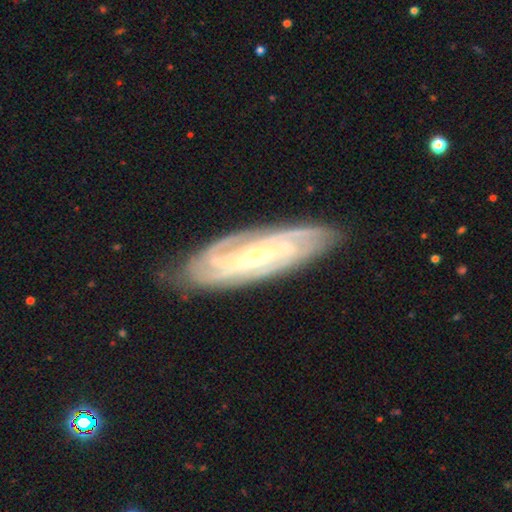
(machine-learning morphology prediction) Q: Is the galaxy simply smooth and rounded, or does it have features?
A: featured or disk — 86%.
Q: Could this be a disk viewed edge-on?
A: no — 88%.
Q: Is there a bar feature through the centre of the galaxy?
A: no — 49%.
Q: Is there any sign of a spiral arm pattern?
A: yes — 97%.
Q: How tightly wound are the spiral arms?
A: tight — 67%.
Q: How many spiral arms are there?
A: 3 — 28%.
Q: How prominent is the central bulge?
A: small — 63%.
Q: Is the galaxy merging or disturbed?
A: none — 81%.